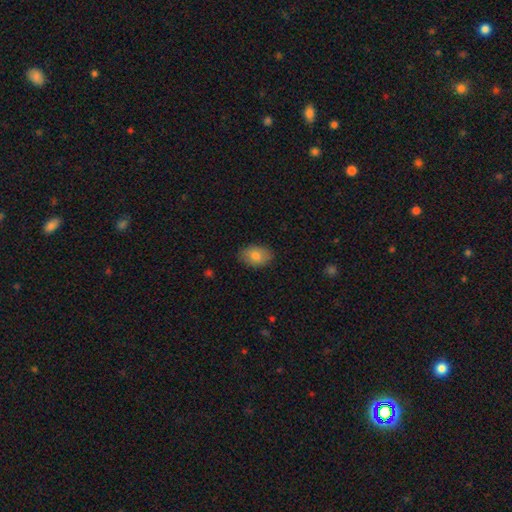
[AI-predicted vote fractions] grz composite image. It shows a smooth galaxy with no disk features (81%) that is in between round and cigar-shaped (86%). Merging: none (86%).